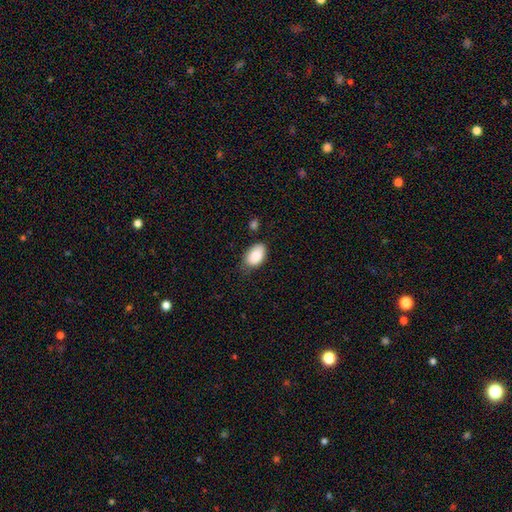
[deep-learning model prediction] Smooth or featured? smooth (87%)
How rounded? in between (92%)
Merging? none (66%)